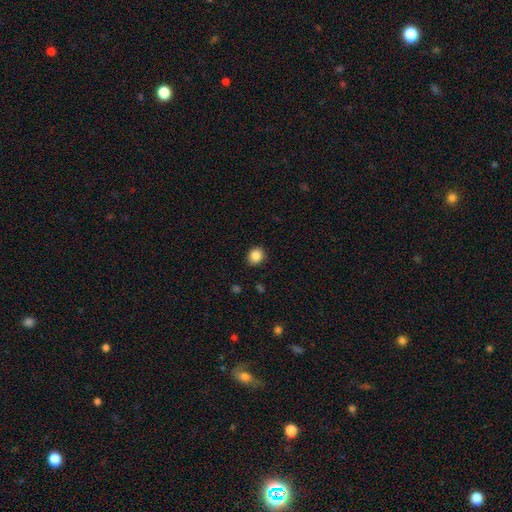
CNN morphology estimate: smooth 87%, star or artifact 9%, featured or disk 4%. Down the decision tree: how rounded — round (74%); merging — none (88%).